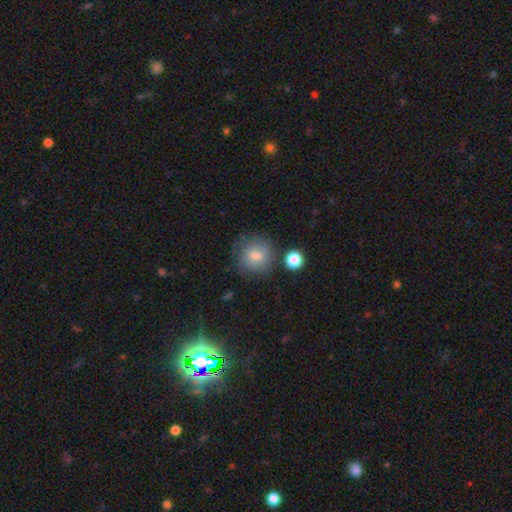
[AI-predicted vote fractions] Overall: smooth (76%). How rounded: round (91%). Merging: none (74%).